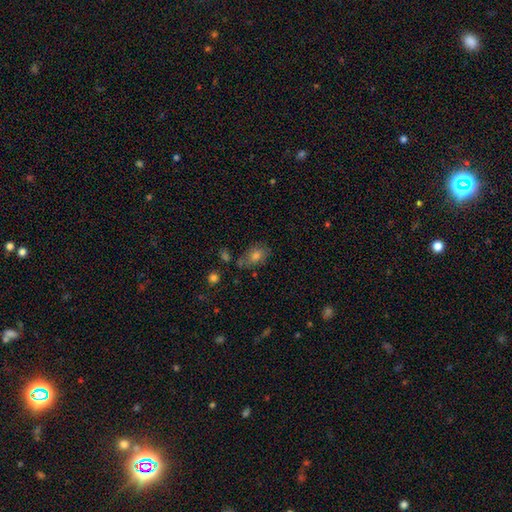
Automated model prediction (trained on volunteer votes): Smooth or featured? Predicted: smooth (p=0.62). How rounded? Predicted: in between (p=0.69). Merging? Predicted: none (p=0.62).